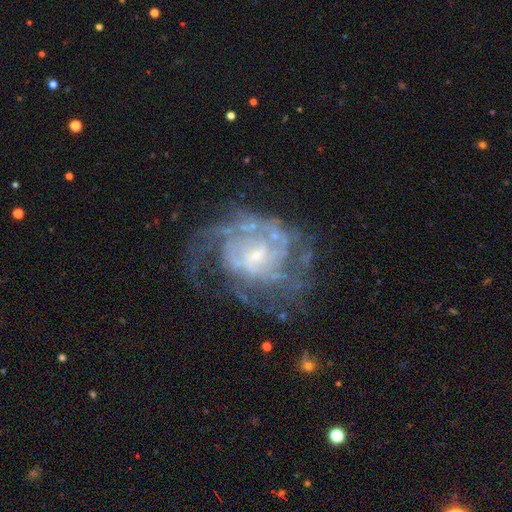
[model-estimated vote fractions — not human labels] This appears to be a featured or disk galaxy (85%) with no bar (54%), tight (50%) spiral arms (88%) and a small central bulge (63%). Merging: none (55%).